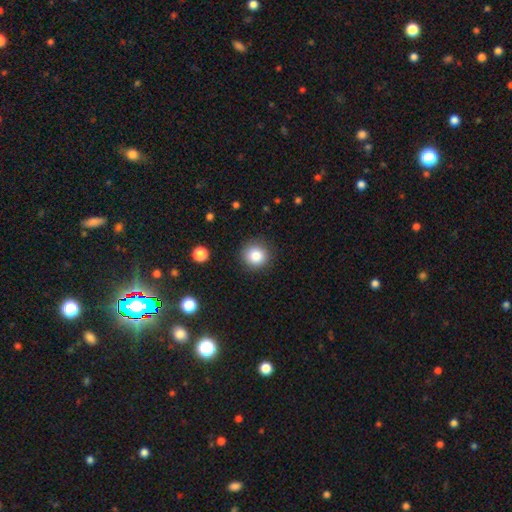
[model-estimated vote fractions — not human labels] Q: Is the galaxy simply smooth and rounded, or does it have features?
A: smooth — 84%.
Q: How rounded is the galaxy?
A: round — 92%.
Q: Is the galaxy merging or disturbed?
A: none — 88%.